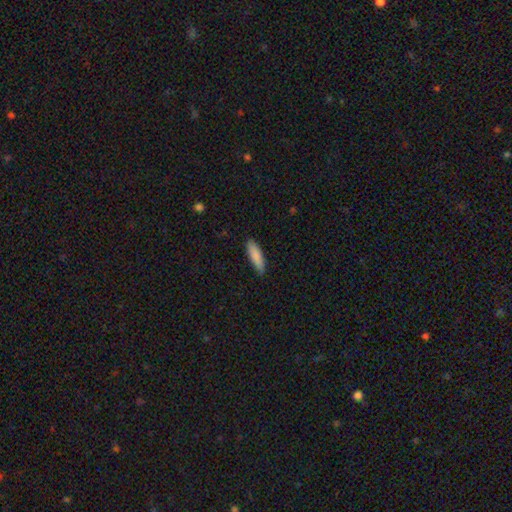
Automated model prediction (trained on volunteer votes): A smooth galaxy with no disk features (86%) that is cigar-shaped (59%). Merging: none (83%).